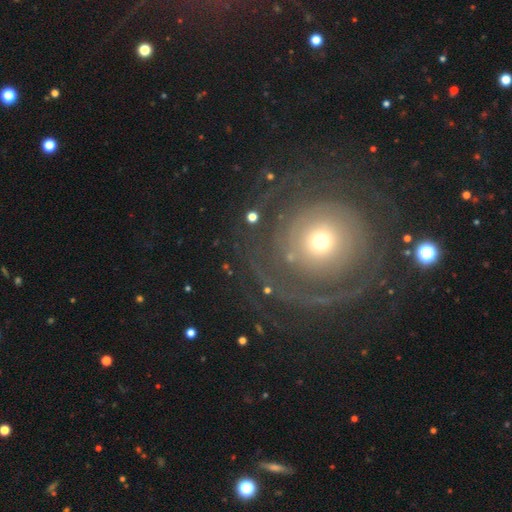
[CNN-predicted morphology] This appears to be a featured or disk galaxy (56%) with no bar (87%), spiral arms (62%) and a moderate central bulge (45%). Merging: none (75%).